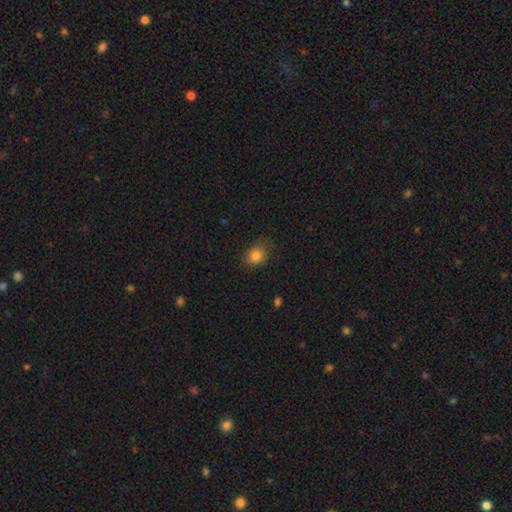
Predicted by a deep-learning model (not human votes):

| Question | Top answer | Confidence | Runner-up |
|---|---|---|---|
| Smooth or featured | smooth | 83% | star or artifact (11%) |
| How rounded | round | 51% | in between (48%) |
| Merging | none | 73% | minor disturbance (20%) |